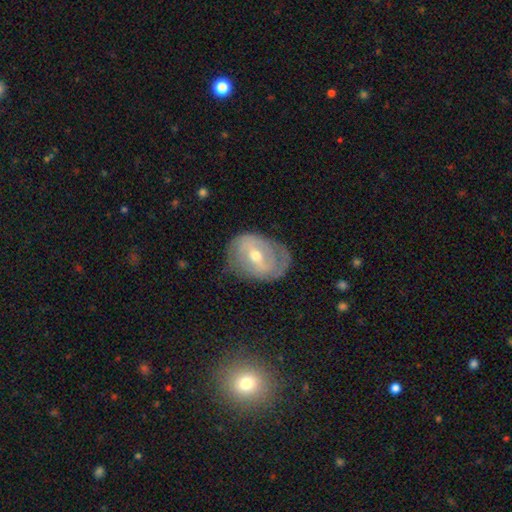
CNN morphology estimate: This is likely a featured or disk galaxy (72%). It is clearly not viewed edge-on (95%). Bar: possibly weak (48%). Spiral arm pattern: likely yes (70%). Central bulge: likely moderate (64%). Merging: likely none (65%).